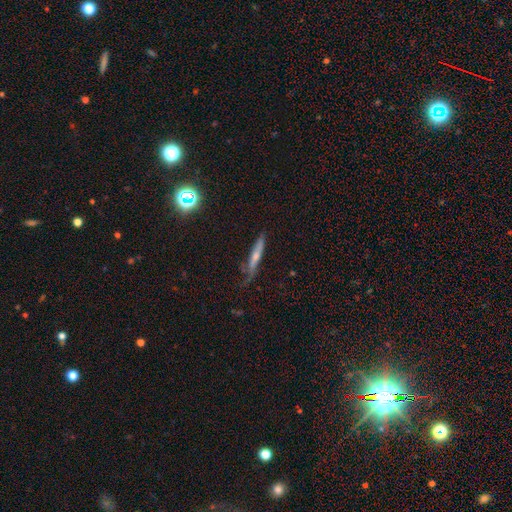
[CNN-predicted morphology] Smooth or featured? smooth (47%)
Merging? none (56%)